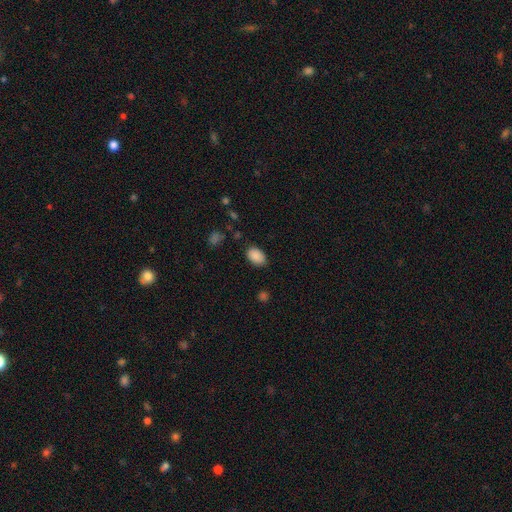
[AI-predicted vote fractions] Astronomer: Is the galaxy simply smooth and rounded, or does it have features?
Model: smooth — 88%.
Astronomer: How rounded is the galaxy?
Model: in between — 86%.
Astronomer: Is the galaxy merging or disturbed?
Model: none — 82%.